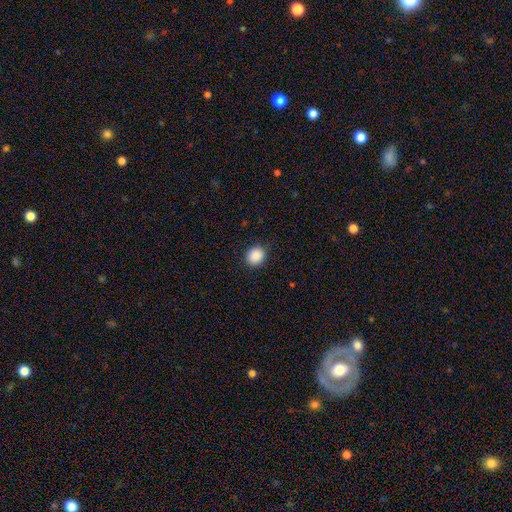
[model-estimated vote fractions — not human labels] Smooth or featured? smooth (89%)
How rounded? round (80%)
Merging? none (90%)